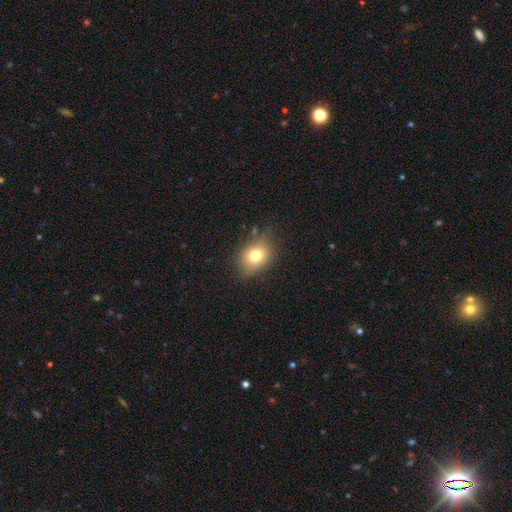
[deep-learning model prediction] Q: Smooth or featured?
A: smooth (76%); runner-up: featured or disk (14%)
Q: How rounded?
A: in between (63%); runner-up: round (35%)
Q: Merging?
A: none (75%); runner-up: minor disturbance (19%)